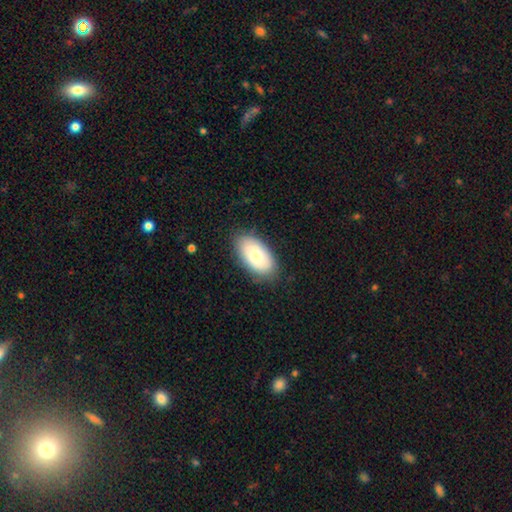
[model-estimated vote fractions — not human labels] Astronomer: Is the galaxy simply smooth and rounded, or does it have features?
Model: smooth — 70%.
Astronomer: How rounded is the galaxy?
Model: in between — 94%.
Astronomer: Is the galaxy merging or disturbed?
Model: none — 84%.